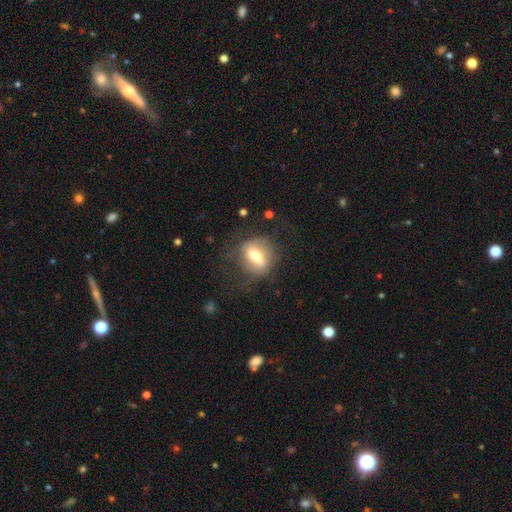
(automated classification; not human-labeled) smooth_or_featured: smooth (p=0.51) [alt: featured or disk p=0.40]
how_rounded: in between (p=0.55) [alt: round p=0.36]
merging: none (p=0.66) [alt: minor disturbance p=0.18]